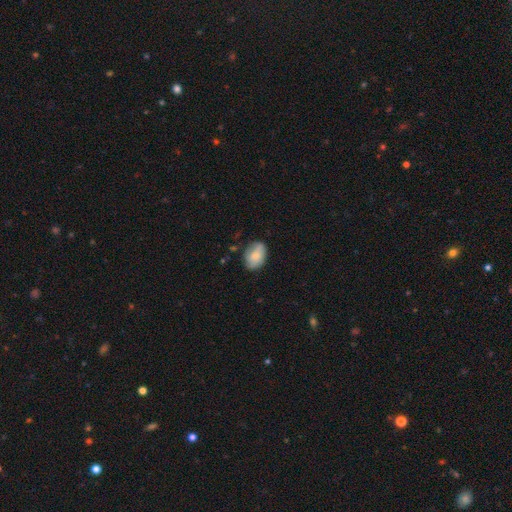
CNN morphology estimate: Smooth or featured: smooth — 74% (featured or disk — 19%)
How rounded: in between — 82% (round — 16%)
Merging: none — 67% (minor disturbance — 26%)